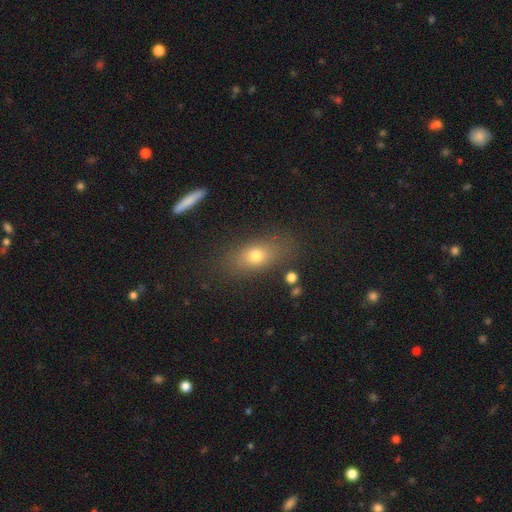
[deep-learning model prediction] A smooth galaxy with no disk features (70%) that is in between round and cigar-shaped (71%). Merging: none (79%).